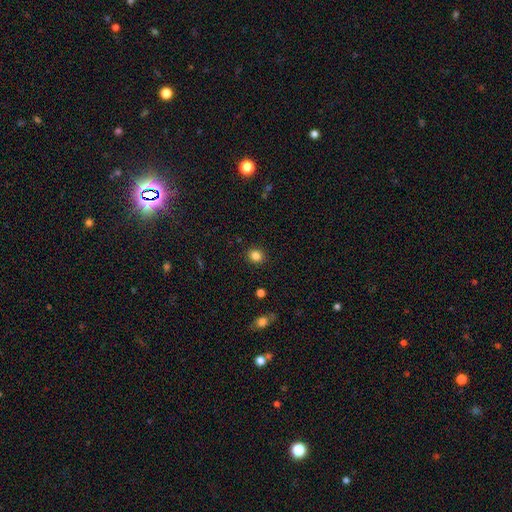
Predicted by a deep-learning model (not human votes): Smooth or featured? Predicted: smooth (p=0.84). How rounded? Predicted: round (p=0.77). Merging? Predicted: none (p=0.90).